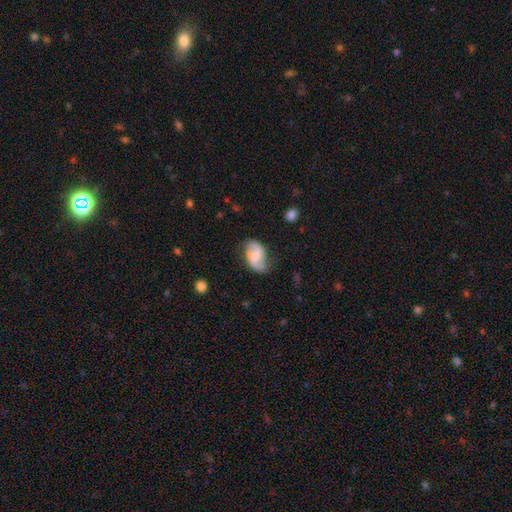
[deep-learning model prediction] A featured or disk galaxy (57%) with a weak bar (42%), spiral arms (83%) and a moderate central bulge (52%).

Vote fractions:
- Smooth or featured? featured or disk: 57% / smooth: 37% / star or artifact: 6%
- Edge-on disk? no: 96% / yes: 4%
- Bar? weak: 42% / no: 41% / strong: 17%
- Spiral arms? yes: 83% / no: 17%
- Bulge size? moderate: 52% / small: 40% / none: 3% / large: 3% / dominant: 1%
- Merging? none: 66% / minor disturbance: 26% / major disturbance: 7% / merger: 2%